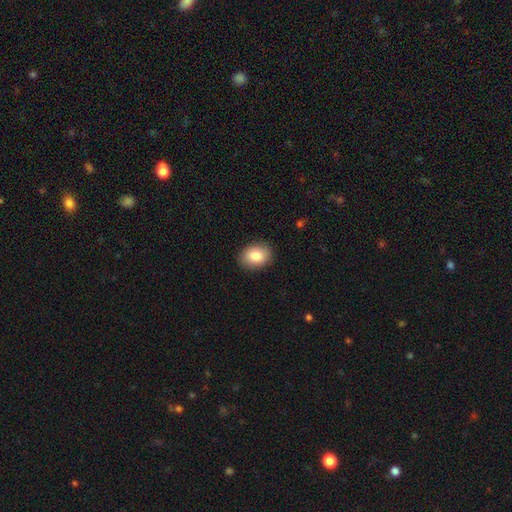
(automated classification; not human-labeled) Smooth or featured? smooth (84%)
How rounded? in between (66%)
Merging? none (88%)